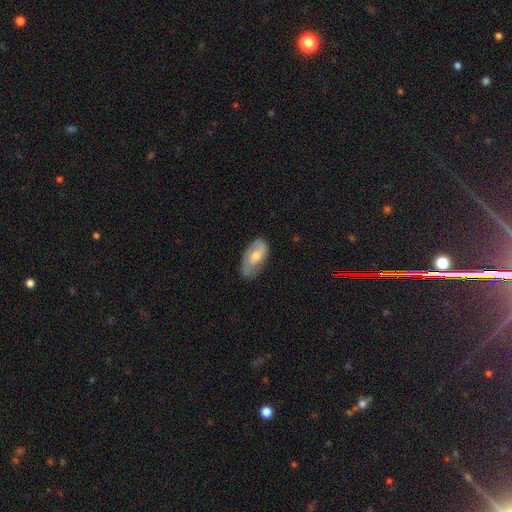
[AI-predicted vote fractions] This appears to be a featured or disk galaxy (52%). Merging: none (67%).